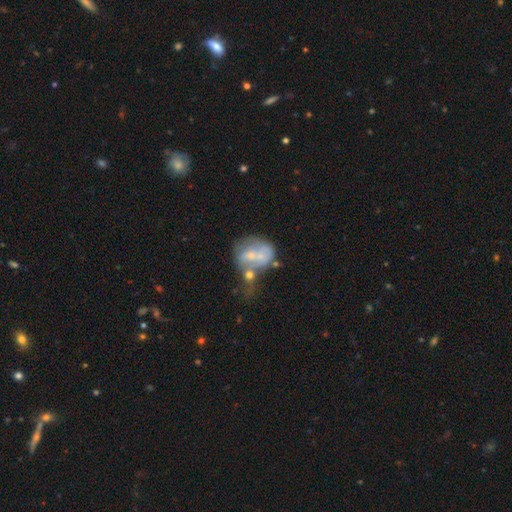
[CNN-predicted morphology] Overall: featured or disk (52%; smooth 37%). Edge-on disk: no (97%). Bar: no (73%). Spiral arms: no (69%; yes 31%). Bulge size: small (62%; moderate 24%). Merging: merger (43%; major disturbance 21%).